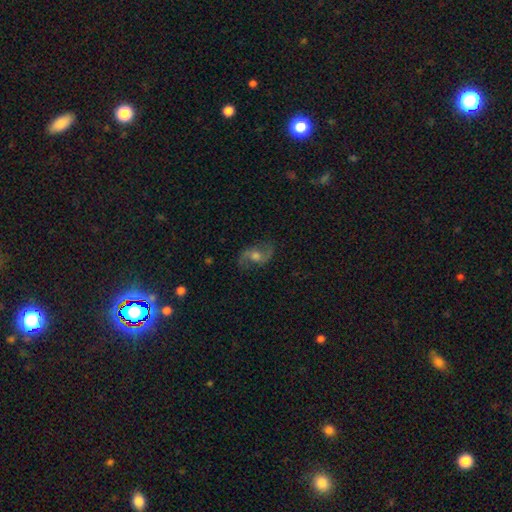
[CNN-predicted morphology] Q: Smooth or featured?
A: featured or disk (80%); runner-up: smooth (12%)
Q: Edge-on disk?
A: no (96%); runner-up: yes (4%)
Q: Bar?
A: no (57%); runner-up: weak (34%)
Q: Spiral arms?
A: yes (94%); runner-up: no (6%)
Q: Spiral winding?
A: loose (56%); runner-up: medium (36%)
Q: Spiral arm count?
A: 2 (93%); runner-up: can't tell (3%)
Q: Bulge size?
A: moderate (64%); runner-up: small (17%)
Q: Merging?
A: none (80%); runner-up: minor disturbance (13%)